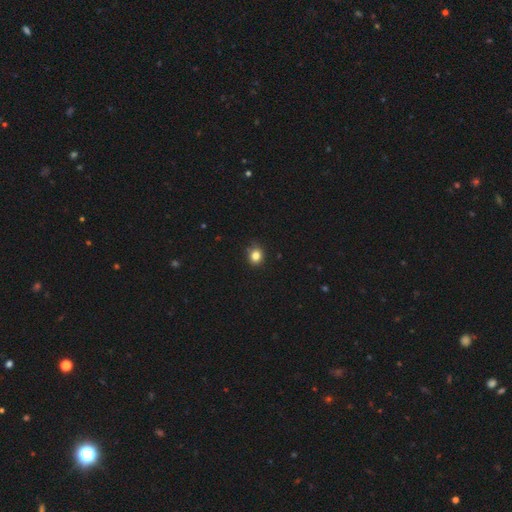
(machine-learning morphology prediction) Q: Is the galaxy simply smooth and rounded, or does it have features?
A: smooth — 83%.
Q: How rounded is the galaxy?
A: round — 72%.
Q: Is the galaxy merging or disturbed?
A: none — 81%.